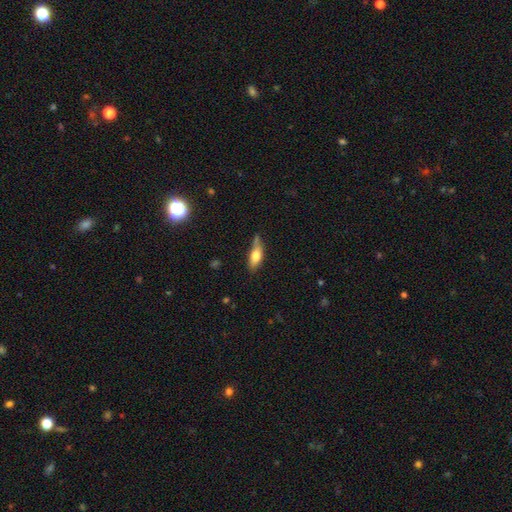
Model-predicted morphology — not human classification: Smooth or featured: smooth — 69% (featured or disk — 23%)
How rounded: in between — 68% (cigar-shaped — 28%)
Merging: none — 53% (minor disturbance — 31%)